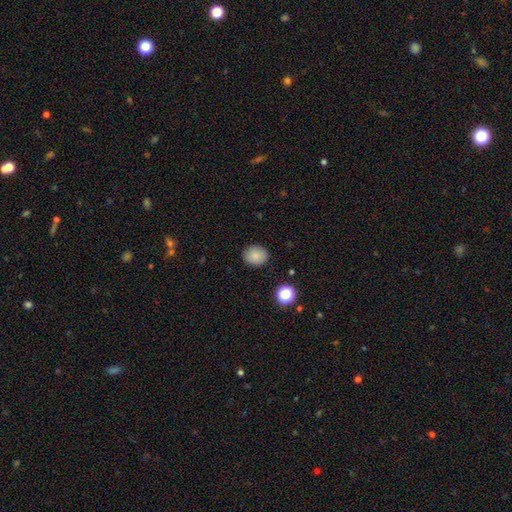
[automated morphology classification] Overall: smooth (84%). How rounded: round (61%; in between 38%). Merging: none (87%).